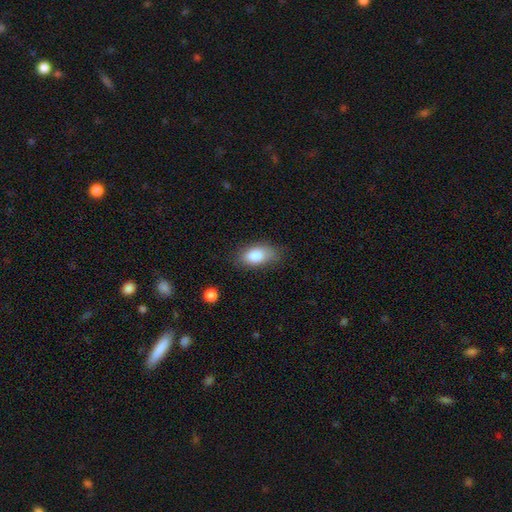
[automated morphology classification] type=smooth (83%); roundness=in between (90%); merging=none (70%).